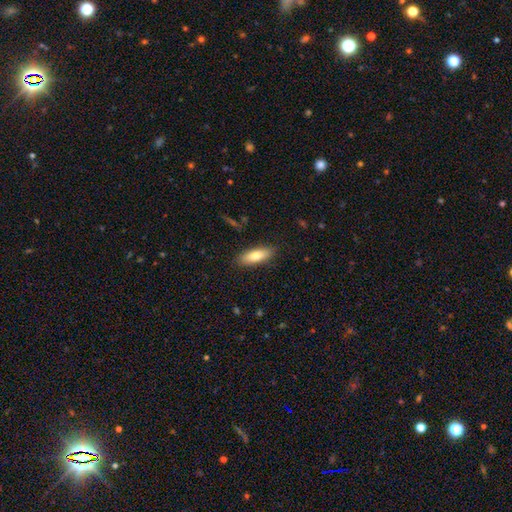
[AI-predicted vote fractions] Overall: smooth (76%). How rounded: in between (62%; cigar-shaped 36%). Merging: none (87%).